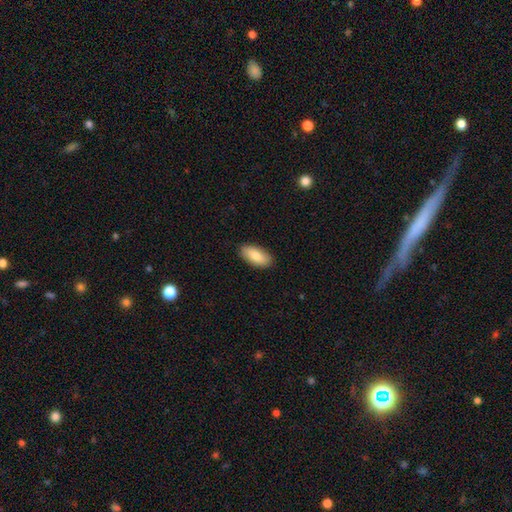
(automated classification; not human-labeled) A smooth galaxy with no disk features (82%) that is in between round and cigar-shaped (90%).

Vote fractions:
- Smooth or featured? smooth: 82% / featured or disk: 12% / star or artifact: 6%
- How rounded? in between: 90% / cigar-shaped: 8% / round: 2%
- Merging? none: 89% / minor disturbance: 9% / major disturbance: 2% / merger: 1%